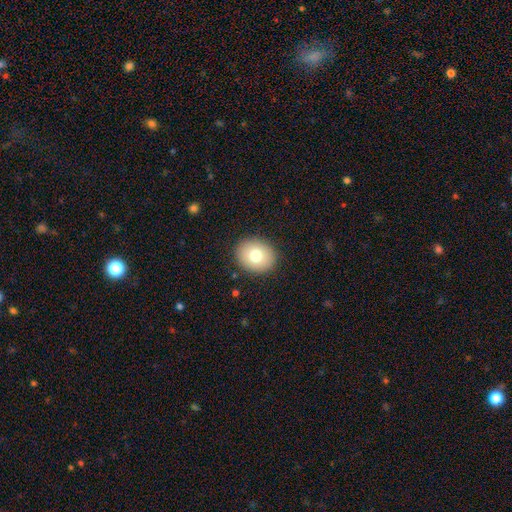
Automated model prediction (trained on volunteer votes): smooth 76%, featured or disk 15%, star or artifact 10%. Down the decision tree: how rounded — round (58%); merging — none (89%).